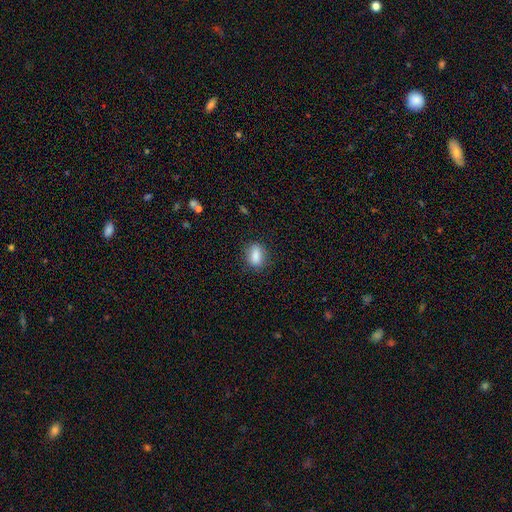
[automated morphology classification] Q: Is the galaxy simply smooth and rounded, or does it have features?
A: smooth — 85%.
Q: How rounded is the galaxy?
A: in between — 79%.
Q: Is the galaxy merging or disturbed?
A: none — 83%.